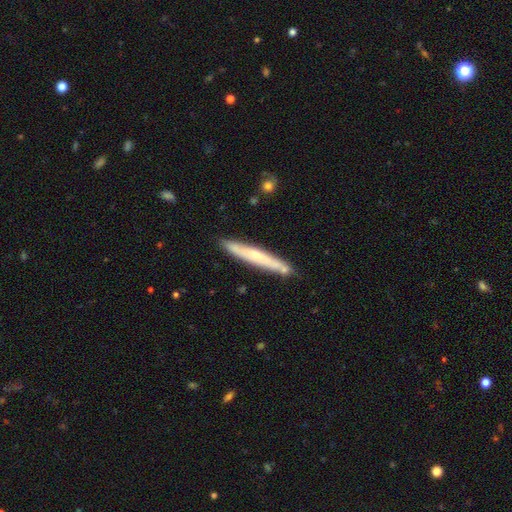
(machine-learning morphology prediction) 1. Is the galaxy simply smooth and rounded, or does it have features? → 48% featured or disk, 46% smooth, 6% star or artifact.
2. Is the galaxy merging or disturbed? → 82% none, 11% minor disturbance, 5% merger, 2% major disturbance.